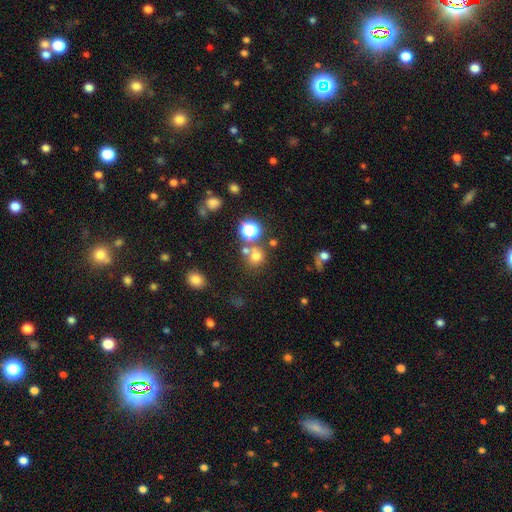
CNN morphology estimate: The model was most divided on "merging": none: 64%, merger: 22%, minor disturbance: 9%, major disturbance: 4%. More confident: how rounded — round (86%); smooth or featured — smooth (67%).